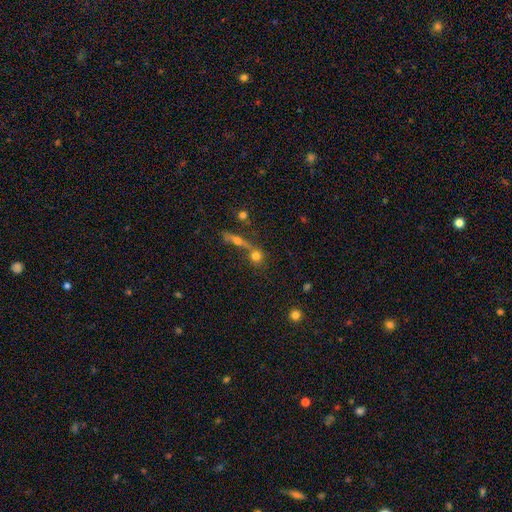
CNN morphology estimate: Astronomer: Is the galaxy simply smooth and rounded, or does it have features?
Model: smooth — 72%.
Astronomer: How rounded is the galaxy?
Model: round — 83%.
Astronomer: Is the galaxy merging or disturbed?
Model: none — 51% (runner-up: merger, 36%).